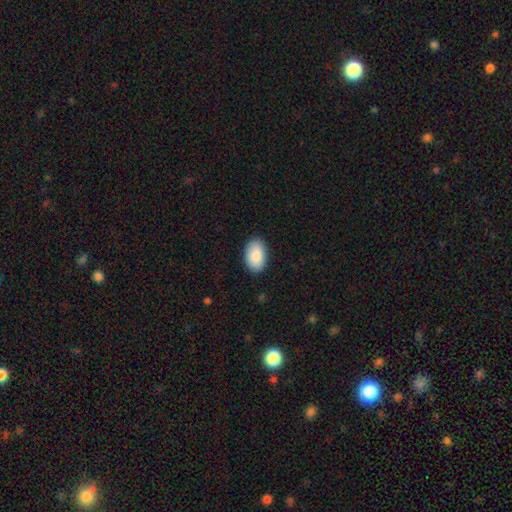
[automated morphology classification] type=smooth (89%); roundness=in between (94%); merging=none (88%).